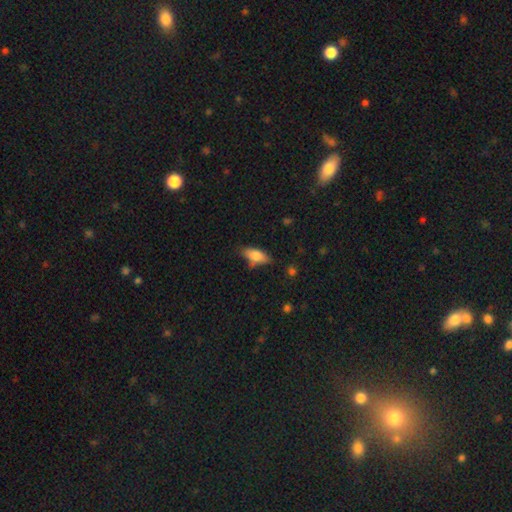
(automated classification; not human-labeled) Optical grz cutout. It shows a smooth galaxy with no disk features (74%) that is in between round and cigar-shaped (79%). Merging: none (68%).